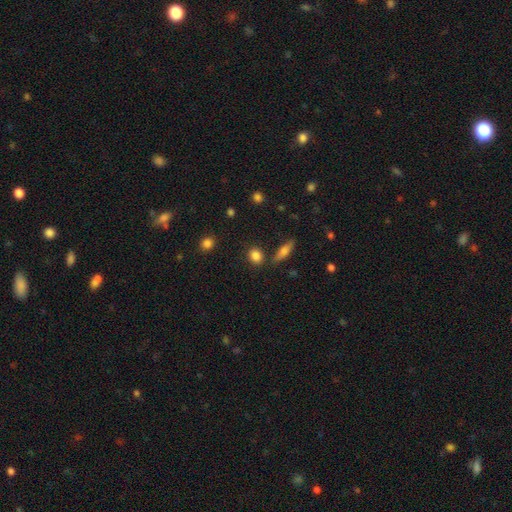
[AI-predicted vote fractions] Smooth or featured? Predicted: smooth (p=0.84). How rounded? Predicted: round (p=0.53). Merging? Predicted: none (p=0.78).